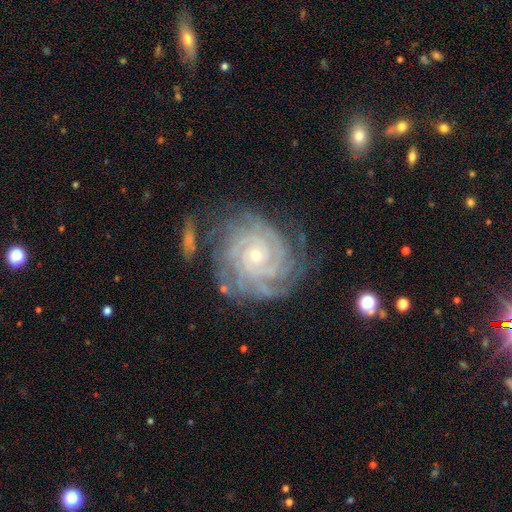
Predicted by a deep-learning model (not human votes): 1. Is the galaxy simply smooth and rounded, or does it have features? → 90% featured or disk, 6% star or artifact, 4% smooth.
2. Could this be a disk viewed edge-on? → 97% no, 3% yes.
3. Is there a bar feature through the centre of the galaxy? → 76% no, 17% weak, 7% strong.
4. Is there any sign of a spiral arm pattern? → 98% yes, 2% no.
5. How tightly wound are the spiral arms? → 85% tight, 14% medium, 2% loose.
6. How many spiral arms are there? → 33% 4, 18% 3, 17% can't tell, 15% more than 4, 11% 2, 6% 1.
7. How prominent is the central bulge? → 76% small, 21% moderate, 1% none, 1% large, 1% dominant.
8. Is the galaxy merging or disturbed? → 72% none, 18% minor disturbance, 7% major disturbance, 3% merger.